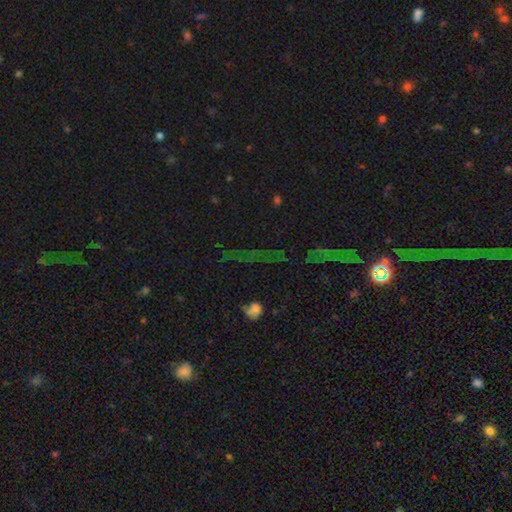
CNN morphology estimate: This appears to be a star or artifact, not a galaxy (75%).